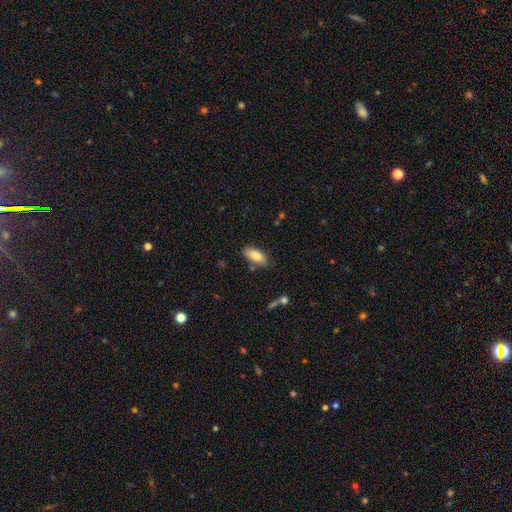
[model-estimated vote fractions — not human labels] smooth_or_featured: smooth (p=0.83) [alt: featured or disk p=0.10]
how_rounded: in between (p=0.85) [alt: cigar-shaped p=0.13]
merging: none (p=0.77) [alt: minor disturbance p=0.16]